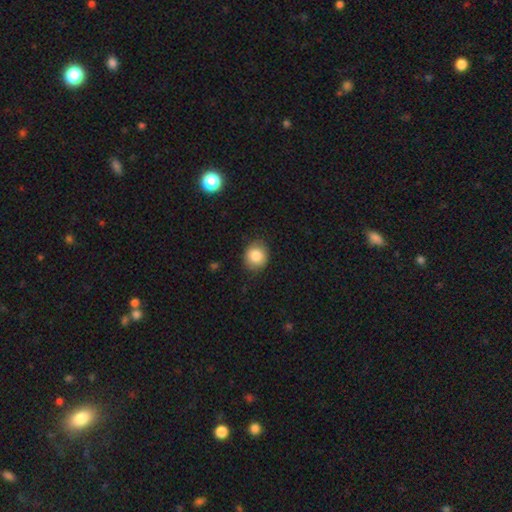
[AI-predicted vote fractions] Morphology: type=smooth (84%); roundness=round (76%); merging=none (86%).